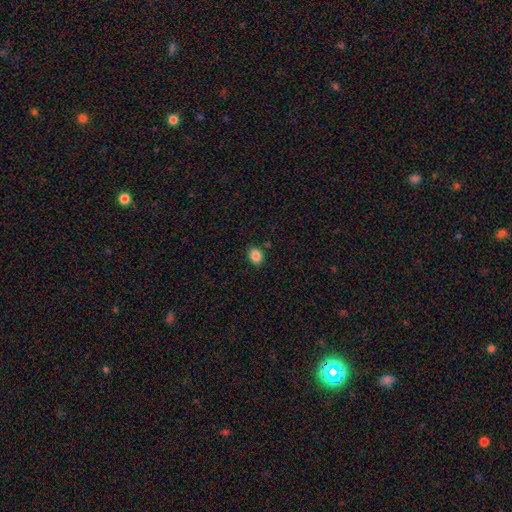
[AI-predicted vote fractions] Morphology: type=smooth (86%); roundness=in between (57%); merging=none (86%).